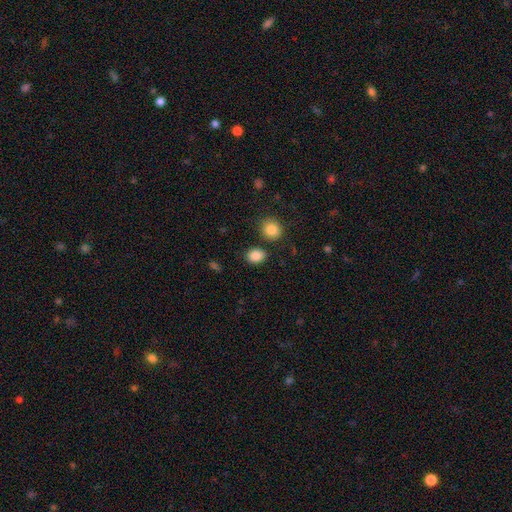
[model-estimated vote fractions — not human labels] Smooth or featured?
  - smooth: 87% *
  - star or artifact: 9%
  - featured or disk: 4%
How rounded?
  - in between: 55% *
  - round: 44%
  - cigar-shaped: 1%
Merging?
  - none: 81% *
  - minor disturbance: 9%
  - merger: 7%
  - major disturbance: 3%